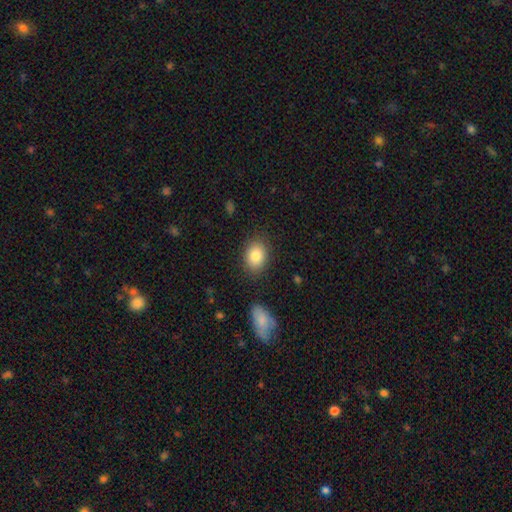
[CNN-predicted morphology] This is clearly a smooth galaxy (84%). How rounded: likely in between (69%). Merging: clearly none (83%).